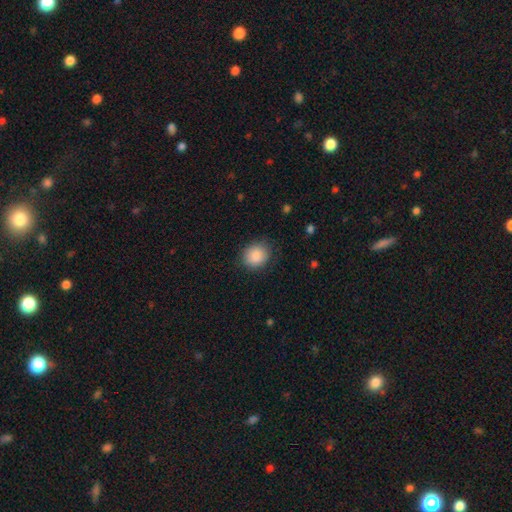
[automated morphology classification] This is clearly a smooth galaxy (88%). How rounded: likely round (72%). Merging: clearly none (83%).